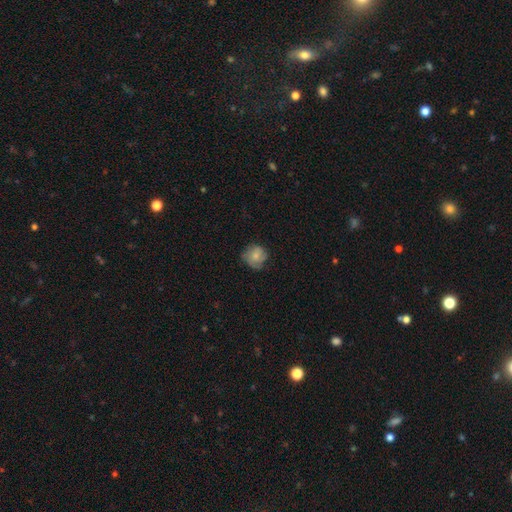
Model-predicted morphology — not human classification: smooth 65%, featured or disk 27%, star or artifact 8%. Down the decision tree: how rounded — round (82%); merging — none (62%).